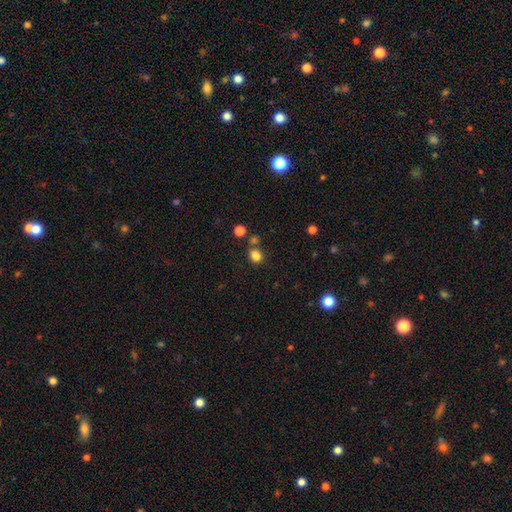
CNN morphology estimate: A smooth galaxy with no disk features (80%) that is round (52%). Merging: none (64%).